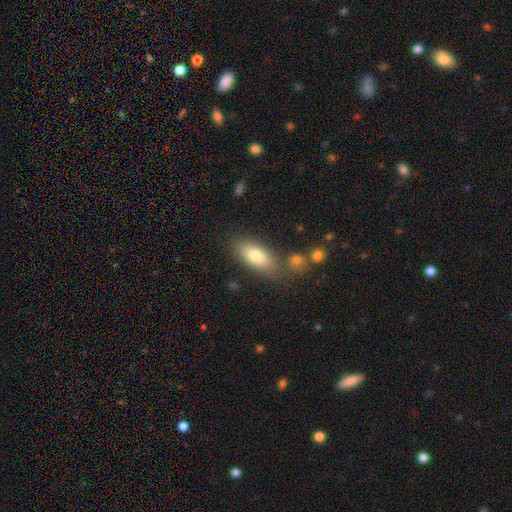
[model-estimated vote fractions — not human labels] Smooth or featured? smooth (78%)
How rounded? in between (83%)
Merging? none (73%)